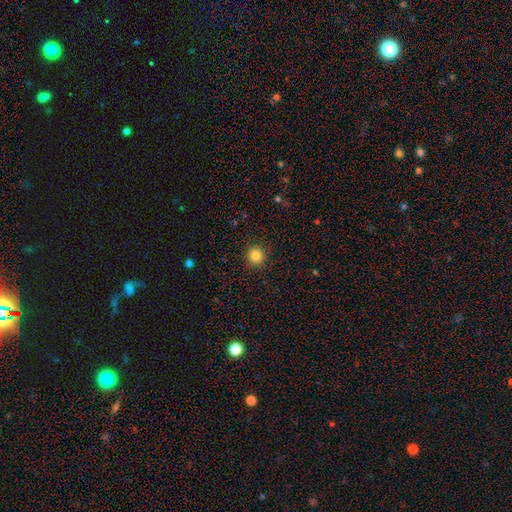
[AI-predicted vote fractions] smooth-or-featured: smooth: 84% | star or artifact: 11% | featured or disk: 5%
  how-rounded: round: 92% | in between: 7% | cigar-shaped: 1%
  merging: none: 91% | minor disturbance: 6% | major disturbance: 2% | merger: 1%